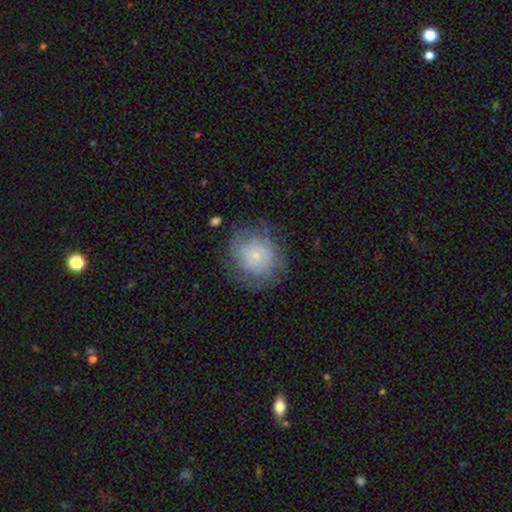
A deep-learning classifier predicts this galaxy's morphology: Smooth or featured? Predicted: smooth (p=0.54). How rounded? Predicted: round (p=0.83). Merging? Predicted: none (p=0.69).